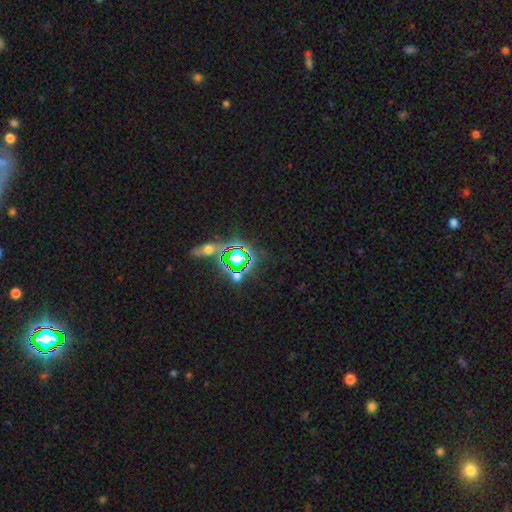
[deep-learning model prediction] star or artifact 71%, smooth 18%, featured or disk 11%.